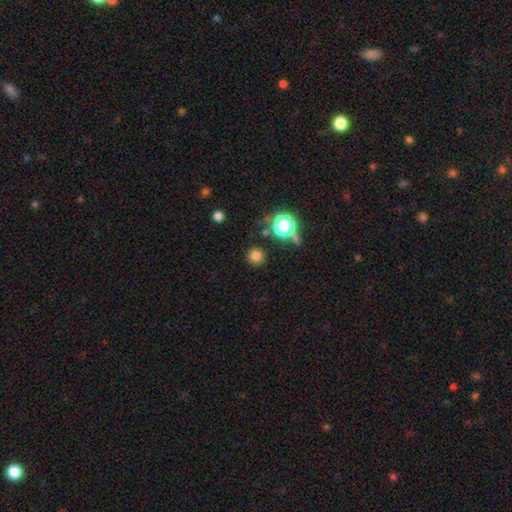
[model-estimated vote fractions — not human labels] Q: Smooth or featured?
A: smooth (77%); runner-up: star or artifact (18%)
Q: How rounded?
A: round (93%); runner-up: in between (5%)
Q: Merging?
A: none (86%); runner-up: minor disturbance (8%)